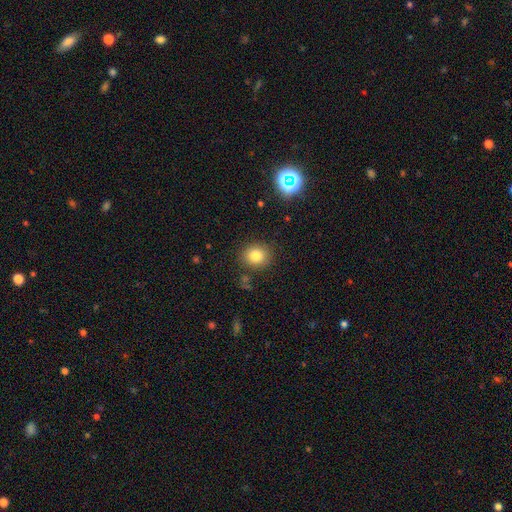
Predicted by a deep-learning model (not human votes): smooth-or-featured: smooth: 81% | star or artifact: 12% | featured or disk: 7%
  how-rounded: round: 75% | in between: 24% | cigar-shaped: 1%
  merging: none: 85% | minor disturbance: 9% | major disturbance: 3% | merger: 2%